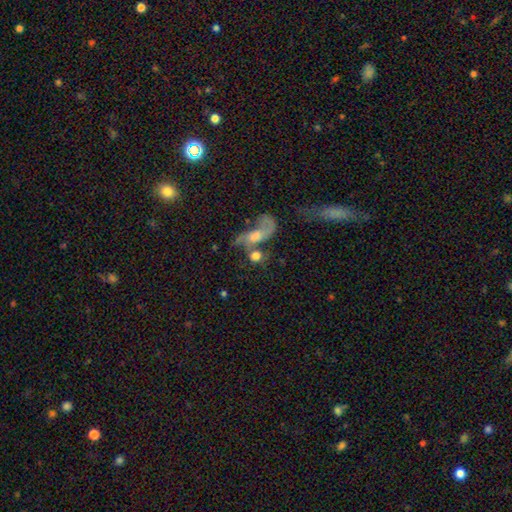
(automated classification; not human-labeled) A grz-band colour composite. It shows a smooth galaxy with no disk features (58%) that is round (58%). Merging: merger (50%).